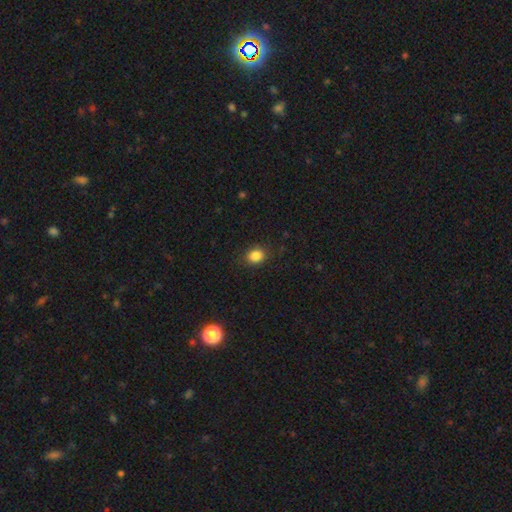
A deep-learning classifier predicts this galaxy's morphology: A smooth galaxy with no disk features (85%) that is round (56%).

Vote fractions:
- Smooth or featured? smooth: 85% / star or artifact: 11% / featured or disk: 4%
- How rounded? round: 56% / in between: 43% / cigar-shaped: 1%
- Merging? none: 86% / minor disturbance: 10% / major disturbance: 3% / merger: 1%